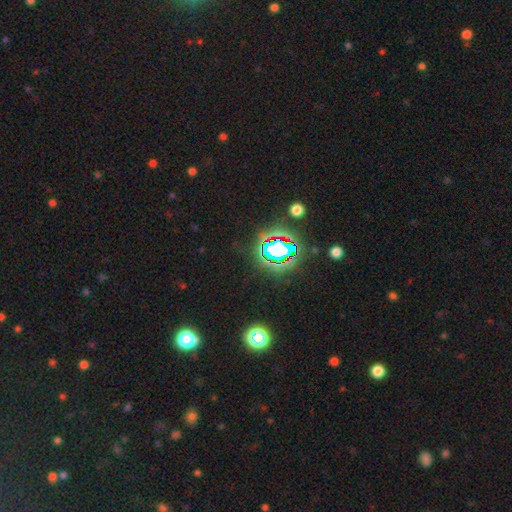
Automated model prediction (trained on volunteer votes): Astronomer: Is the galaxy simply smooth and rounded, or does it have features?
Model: star or artifact — 79%.